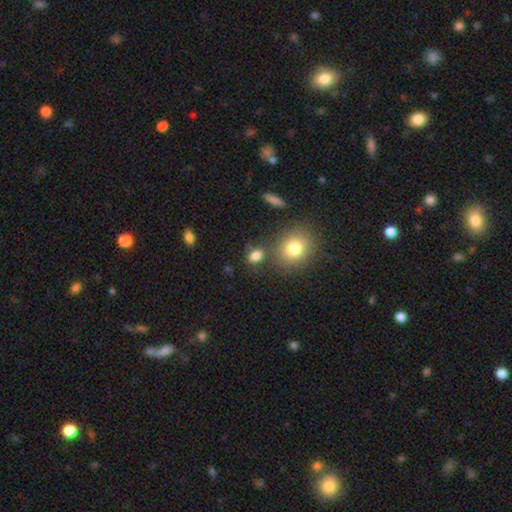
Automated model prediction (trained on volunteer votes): Smooth or featured?
  - smooth: 80% *
  - star or artifact: 13%
  - featured or disk: 7%
How rounded?
  - in between: 58% *
  - round: 40%
  - cigar-shaped: 2%
Merging?
  - none: 66% *
  - merger: 16%
  - minor disturbance: 13%
  - major disturbance: 5%